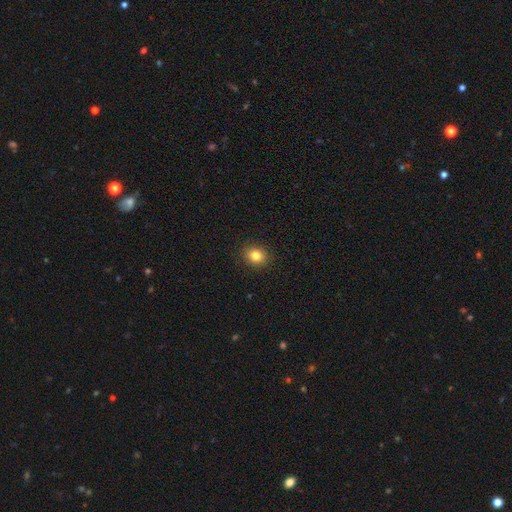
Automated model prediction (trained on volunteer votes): smooth-or-featured: smooth: 83% | star or artifact: 11% | featured or disk: 6%
  how-rounded: round: 66% | in between: 33% | cigar-shaped: 1%
  merging: none: 91% | minor disturbance: 6% | major disturbance: 2% | merger: 1%